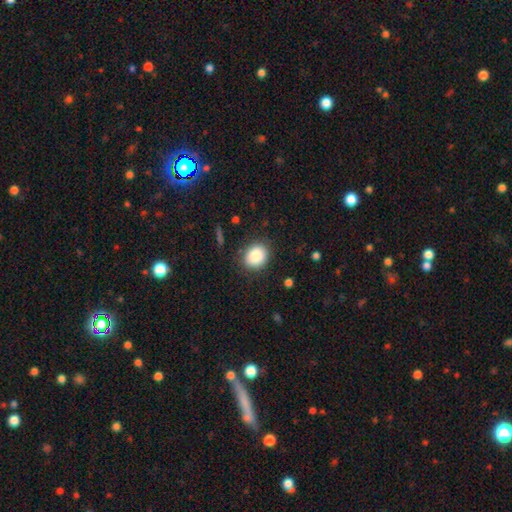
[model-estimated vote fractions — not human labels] This appears to be a smooth galaxy with no disk features (86%) that is round (63%). Merging: none (85%).